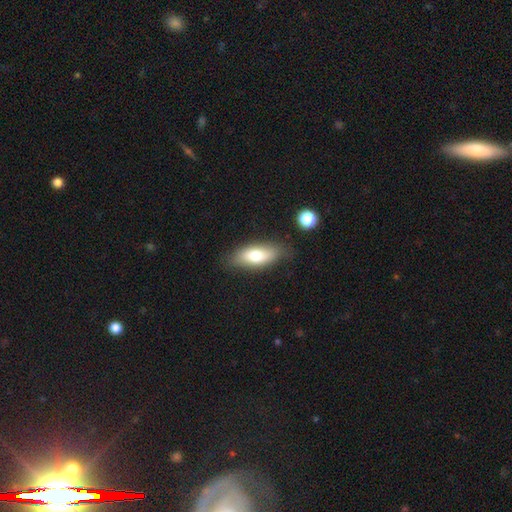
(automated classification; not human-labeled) Overall: smooth (74%). How rounded: in between (77%). Merging: none (78%).